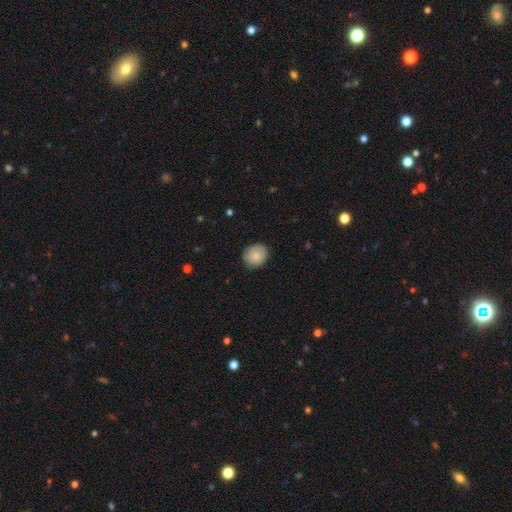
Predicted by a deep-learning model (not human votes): The model was most divided on "how rounded": round: 68%, in between: 31%, cigar-shaped: 1%. More confident: smooth or featured — smooth (84%); merging — none (82%).